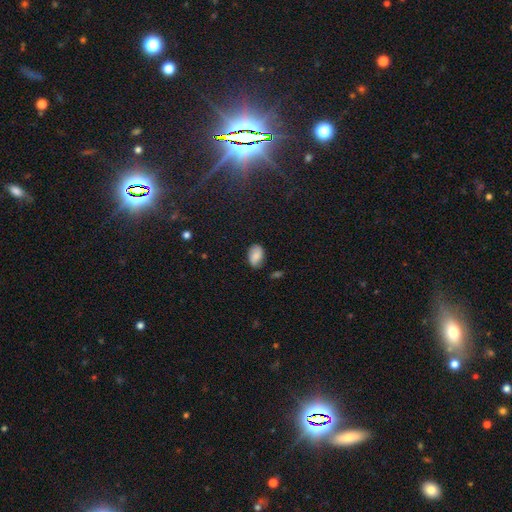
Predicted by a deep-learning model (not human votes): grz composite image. It shows a smooth galaxy with no disk features (78%) that is in between round and cigar-shaped (88%). Merging: none (72%).